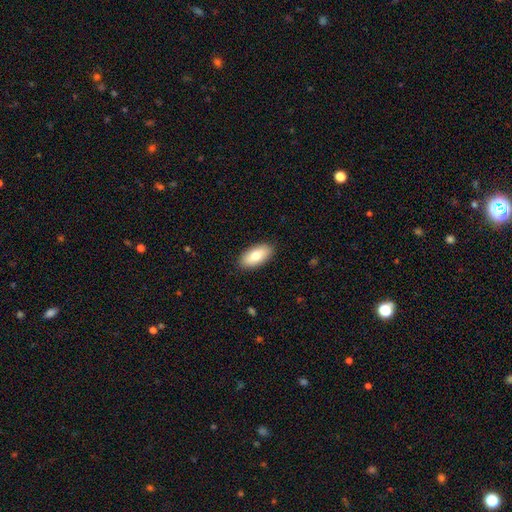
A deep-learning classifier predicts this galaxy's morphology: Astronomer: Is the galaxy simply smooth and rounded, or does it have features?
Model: smooth — 78%.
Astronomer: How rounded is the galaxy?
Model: in between — 91%.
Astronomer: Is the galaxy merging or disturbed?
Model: none — 89%.